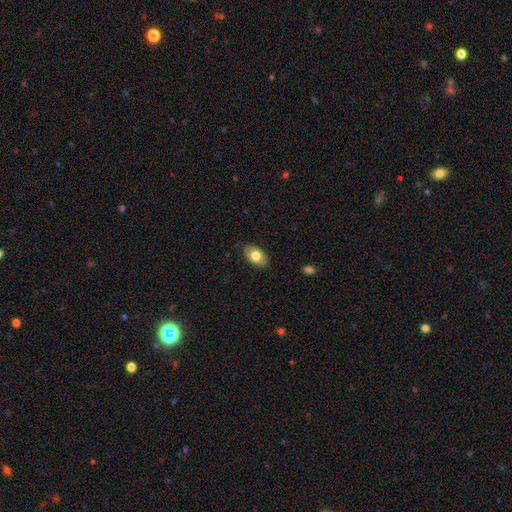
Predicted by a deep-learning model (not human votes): This appears to be a smooth galaxy with no disk features (76%) that is in between round and cigar-shaped (91%). Merging: none (85%).